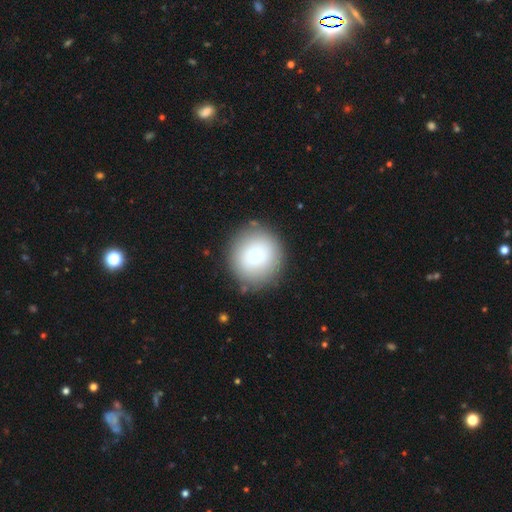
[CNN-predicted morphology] Smooth or featured?
  - smooth: 75% *
  - featured or disk: 17%
  - star or artifact: 9%
How rounded?
  - round: 89% *
  - in between: 10%
  - cigar-shaped: 1%
Merging?
  - none: 73% *
  - minor disturbance: 14%
  - merger: 8%
  - major disturbance: 6%